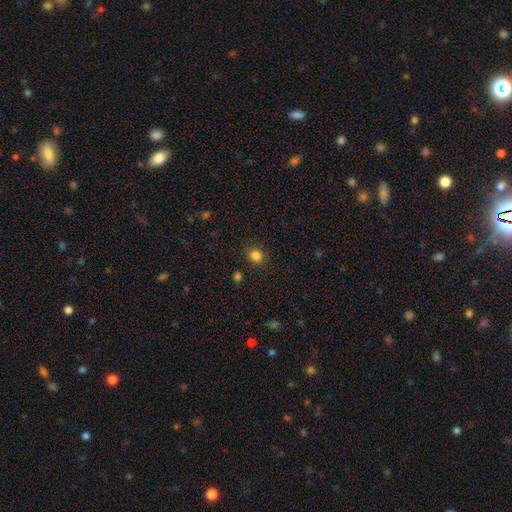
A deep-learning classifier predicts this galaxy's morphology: Smooth or featured? smooth (82%)
How rounded? round (78%)
Merging? none (85%)